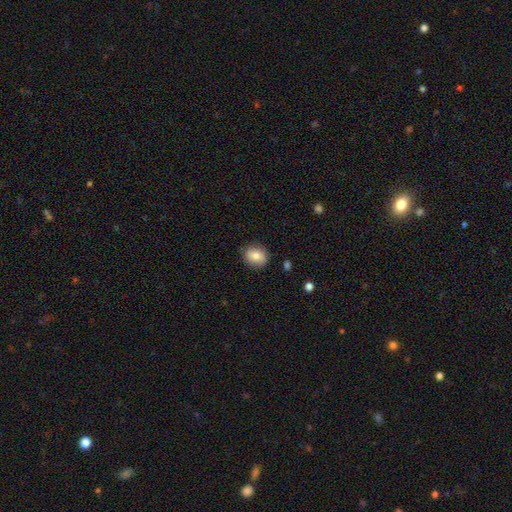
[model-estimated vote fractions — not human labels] Morphology: type=smooth (82%); roundness=round (55%); merging=none (85%).